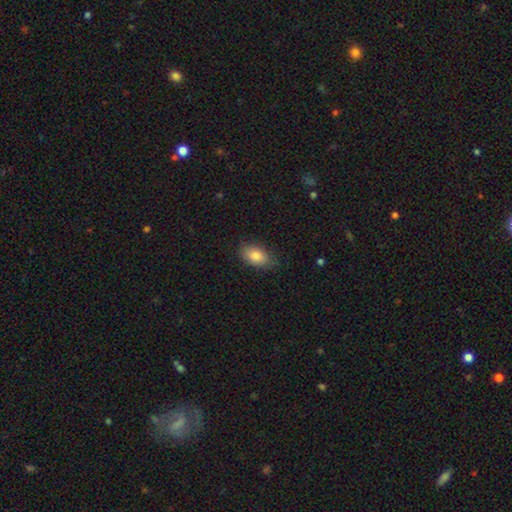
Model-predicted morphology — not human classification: smooth-or-featured: smooth: 85% | star or artifact: 8% | featured or disk: 7%
  how-rounded: in between: 90% | round: 8% | cigar-shaped: 2%
  merging: none: 80% | minor disturbance: 16% | major disturbance: 3% | merger: 1%